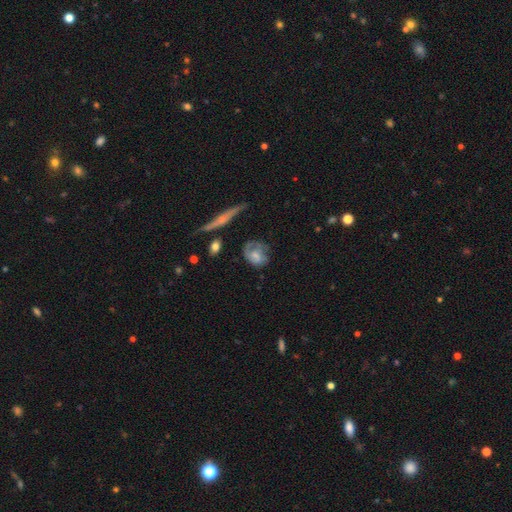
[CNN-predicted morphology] smooth-or-featured: smooth: 47% | featured or disk: 45% | star or artifact: 8%
  merging: none: 43% | minor disturbance: 30% | major disturbance: 23% | merger: 4%